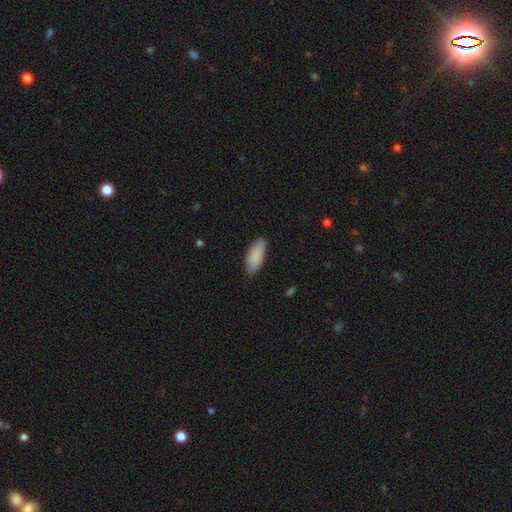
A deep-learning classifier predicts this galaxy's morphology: type=smooth (88%); roundness=in between (79%); merging=none (81%).